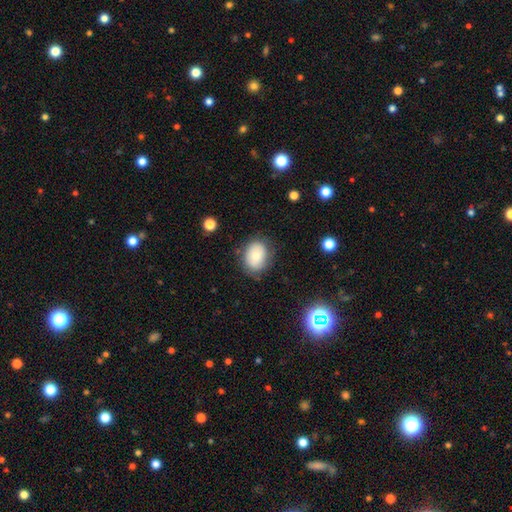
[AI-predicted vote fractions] Smooth or featured: smooth — 72% (featured or disk — 20%)
How rounded: in between — 61% (round — 38%)
Merging: none — 73% (minor disturbance — 19%)